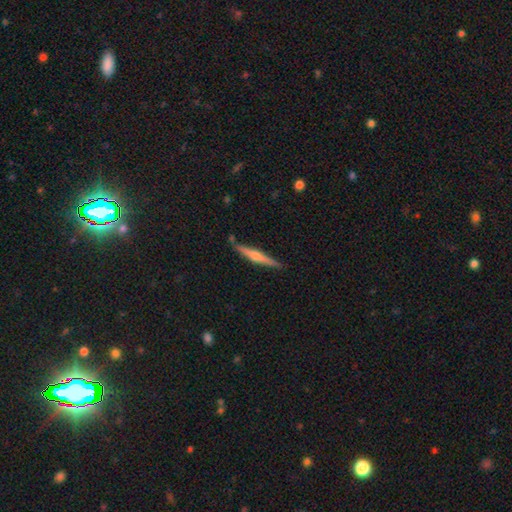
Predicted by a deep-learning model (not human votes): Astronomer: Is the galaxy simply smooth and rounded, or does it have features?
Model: featured or disk — 66%.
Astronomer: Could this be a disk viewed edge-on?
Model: yes — 98%.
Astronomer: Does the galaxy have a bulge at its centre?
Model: rounded — 78%.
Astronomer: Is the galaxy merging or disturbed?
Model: none — 89%.